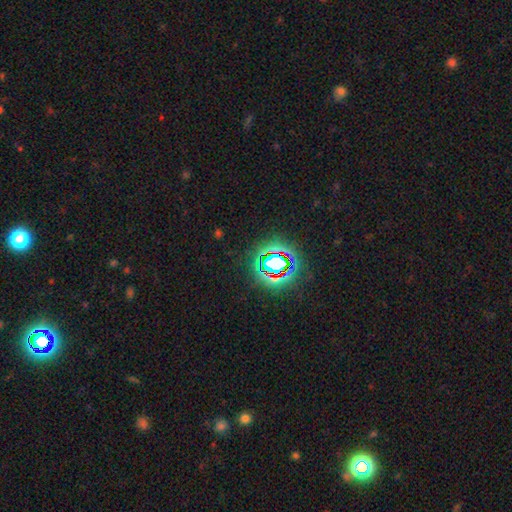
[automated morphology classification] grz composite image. It shows a star or artifact, not a galaxy (79%).